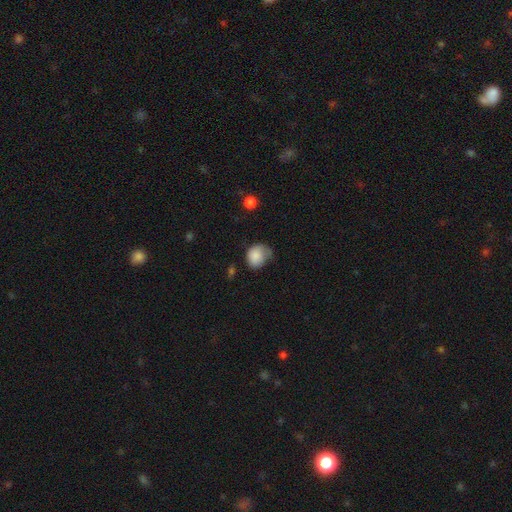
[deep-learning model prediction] Smooth or featured: smooth — 82% (featured or disk — 11%)
How rounded: round — 64% (in between — 35%)
Merging: minor disturbance — 38% (none — 37%)